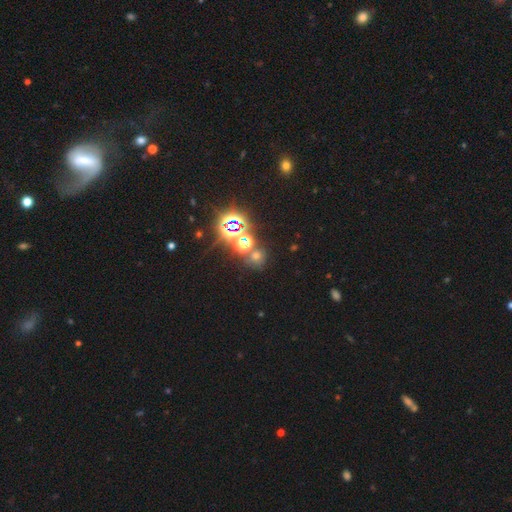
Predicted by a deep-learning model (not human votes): Smooth or featured? star or artifact (53%)